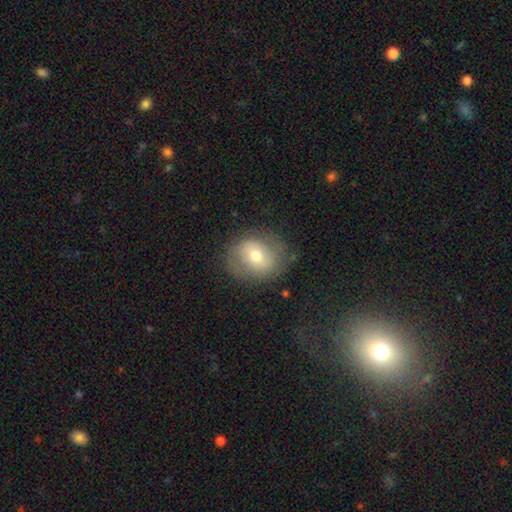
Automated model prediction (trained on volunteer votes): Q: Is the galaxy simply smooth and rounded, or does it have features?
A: smooth — 55%.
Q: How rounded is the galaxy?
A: round — 66%.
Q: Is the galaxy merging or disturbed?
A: none — 76%.